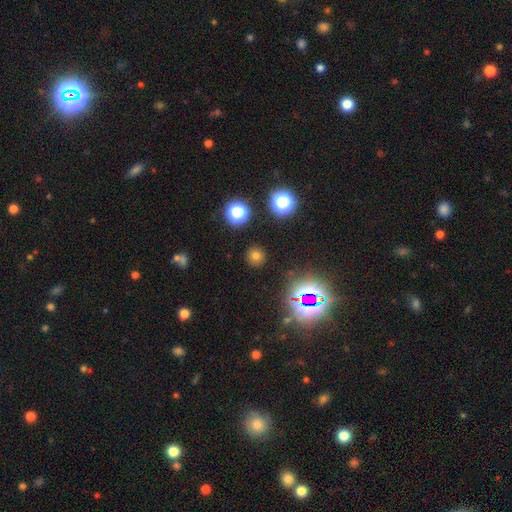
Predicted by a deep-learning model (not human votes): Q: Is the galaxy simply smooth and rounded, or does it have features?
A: smooth — 69%.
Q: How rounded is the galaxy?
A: round — 92%.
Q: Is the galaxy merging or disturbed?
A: none — 90%.